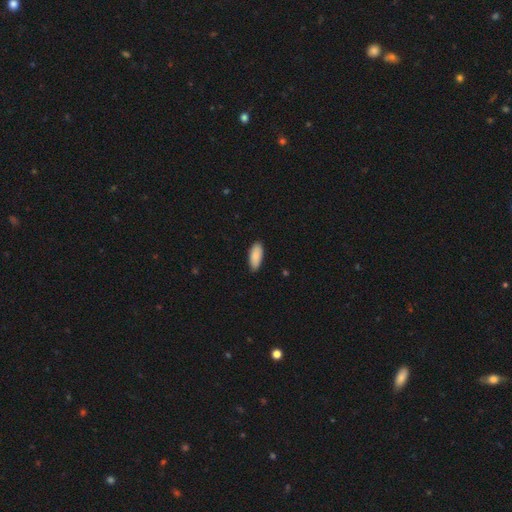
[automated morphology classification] Smooth or featured?
  - smooth: 88% *
  - featured or disk: 6%
  - star or artifact: 6%
How rounded?
  - in between: 83% *
  - cigar-shaped: 15%
  - round: 2%
Merging?
  - none: 87% *
  - minor disturbance: 11%
  - major disturbance: 2%
  - merger: 1%